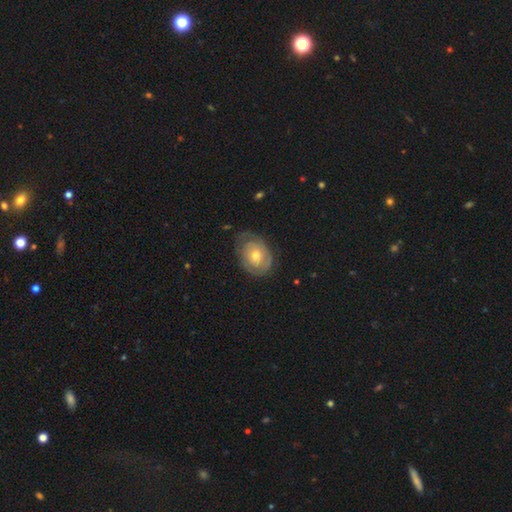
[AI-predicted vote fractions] Smooth or featured?
  - featured or disk: 62% *
  - smooth: 31%
  - star or artifact: 7%
Edge-on disk?
  - no: 95% *
  - yes: 5%
Bar?
  - no: 80% *
  - weak: 17%
  - strong: 3%
Spiral arms?
  - yes: 73% *
  - no: 27%
Bulge size?
  - moderate: 64% *
  - small: 30%
  - large: 4%
  - none: 1%
  - dominant: 1%
Merging?
  - none: 64% *
  - minor disturbance: 25%
  - major disturbance: 9%
  - merger: 1%